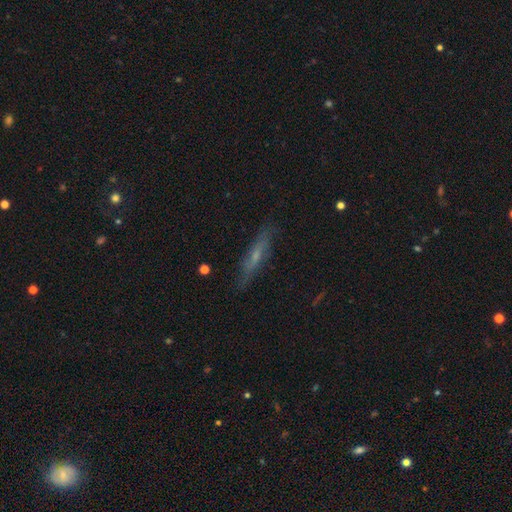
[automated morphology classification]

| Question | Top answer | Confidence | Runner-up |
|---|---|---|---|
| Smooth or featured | featured or disk | 52% | smooth (38%) |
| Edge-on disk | yes | 76% | no (24%) |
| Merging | none | 82% | minor disturbance (13%) |